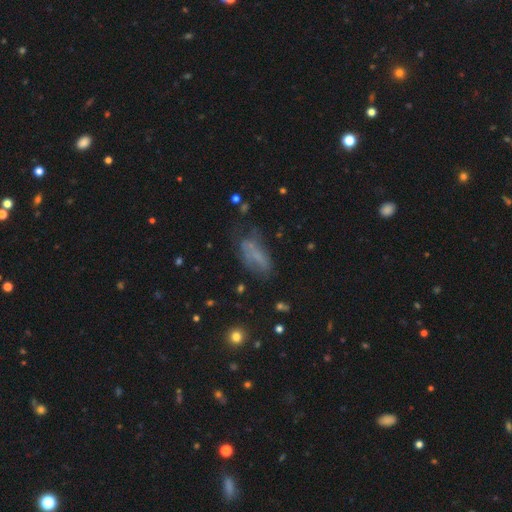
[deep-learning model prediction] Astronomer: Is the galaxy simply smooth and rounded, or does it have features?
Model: smooth — 50% (runner-up: featured or disk, 34%).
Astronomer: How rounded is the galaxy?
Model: in between — 78%.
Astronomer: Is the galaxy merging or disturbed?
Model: none — 42% (runner-up: minor disturbance, 28%).